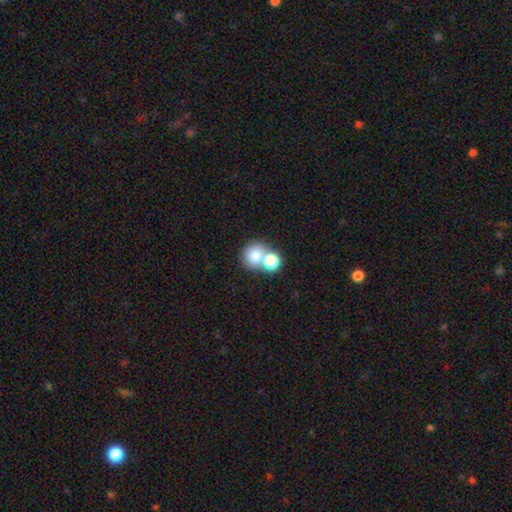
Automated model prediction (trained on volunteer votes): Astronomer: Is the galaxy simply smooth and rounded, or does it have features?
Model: smooth — 75%.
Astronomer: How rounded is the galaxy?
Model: round — 84%.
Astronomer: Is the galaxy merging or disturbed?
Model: merger — 49% (runner-up: none, 41%).